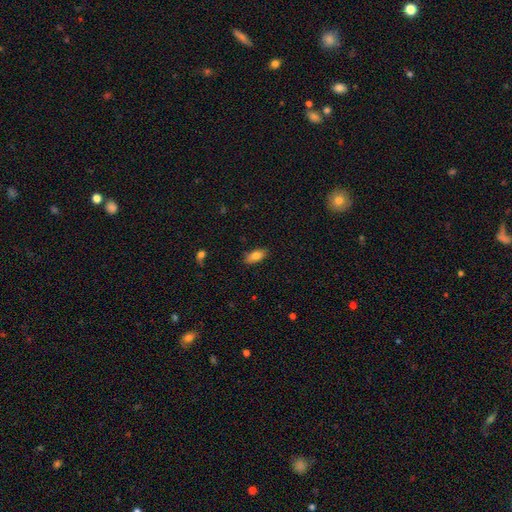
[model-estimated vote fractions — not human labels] A smooth galaxy with no disk features (80%) that is in between round and cigar-shaped (84%).

Vote fractions:
- Smooth or featured? smooth: 80% / featured or disk: 12% / star or artifact: 8%
- How rounded? in between: 84% / cigar-shaped: 13% / round: 3%
- Merging? none: 85% / minor disturbance: 12% / major disturbance: 2% / merger: 1%